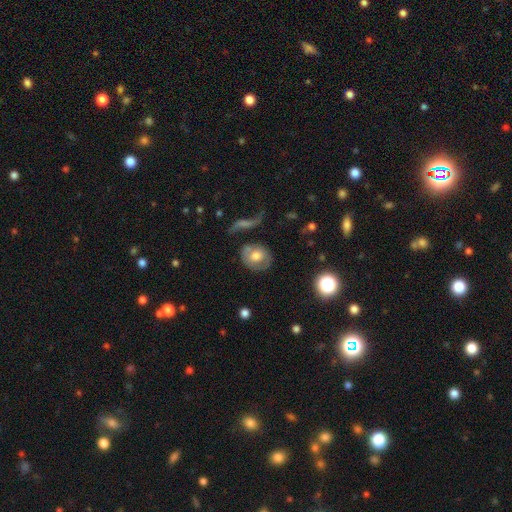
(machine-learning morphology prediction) Smooth or featured?
  - smooth: 55% *
  - featured or disk: 37%
  - star or artifact: 8%
How rounded?
  - round: 67% *
  - in between: 31%
  - cigar-shaped: 1%
Merging?
  - none: 64% *
  - minor disturbance: 19%
  - major disturbance: 10%
  - merger: 7%